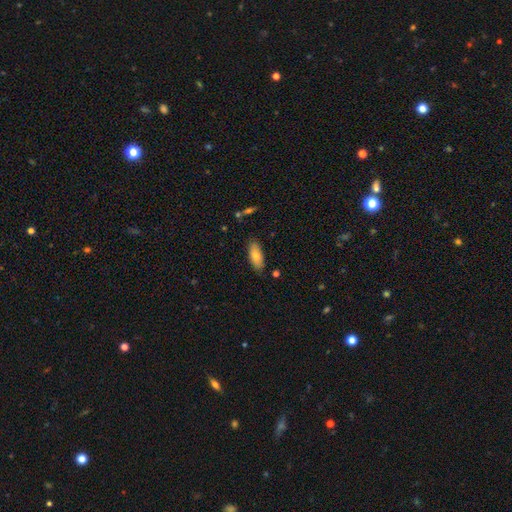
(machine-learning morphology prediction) Smooth or featured? Predicted: smooth (p=0.75). How rounded? Predicted: in between (p=0.80). Merging? Predicted: none (p=0.83).